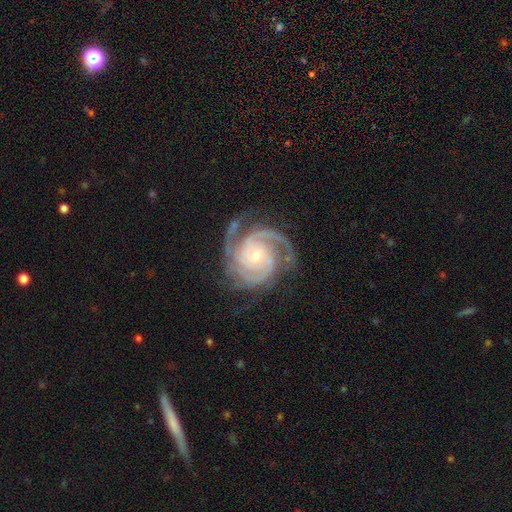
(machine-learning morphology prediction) Q: Smooth or featured?
A: featured or disk (93%); runner-up: star or artifact (4%)
Q: Edge-on disk?
A: no (98%); runner-up: yes (2%)
Q: Bar?
A: no (69%); runner-up: weak (23%)
Q: Spiral arms?
A: yes (99%); runner-up: no (1%)
Q: Spiral winding?
A: tight (61%); runner-up: medium (35%)
Q: Spiral arm count?
A: 3 (45%); runner-up: 2 (28%)
Q: Bulge size?
A: small (72%); runner-up: moderate (24%)
Q: Merging?
A: none (72%); runner-up: minor disturbance (17%)